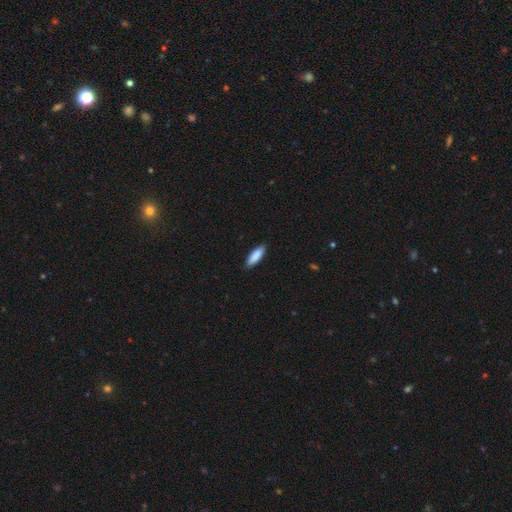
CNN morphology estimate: This is clearly a smooth galaxy (88%). How rounded: possibly in between (50%). Merging: clearly none (87%).